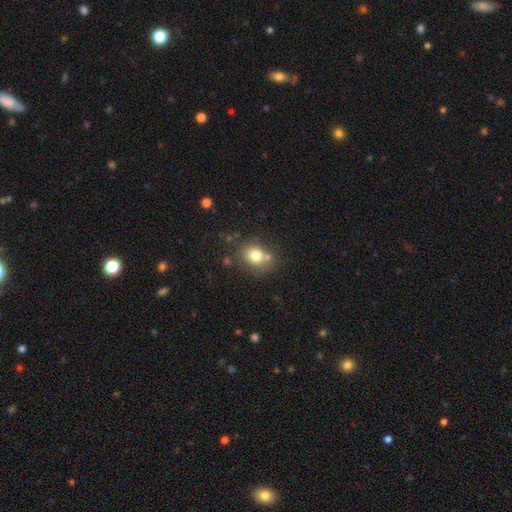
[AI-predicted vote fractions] A smooth galaxy with no disk features (77%) that is round (59%).

Vote fractions:
- Smooth or featured? smooth: 77% / star or artifact: 11% / featured or disk: 11%
- How rounded? round: 59% / in between: 40% / cigar-shaped: 1%
- Merging? none: 66% / minor disturbance: 15% / merger: 14% / major disturbance: 5%